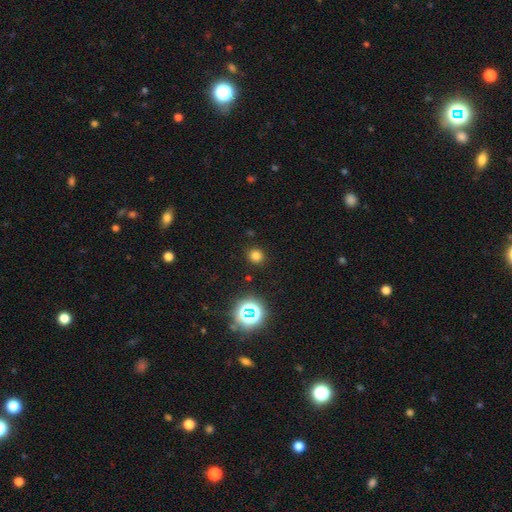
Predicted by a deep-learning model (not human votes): smooth-or-featured: smooth: 74% | star or artifact: 21% | featured or disk: 5%
  how-rounded: round: 88% | in between: 11% | cigar-shaped: 1%
  merging: none: 89% | minor disturbance: 7% | major disturbance: 3% | merger: 2%